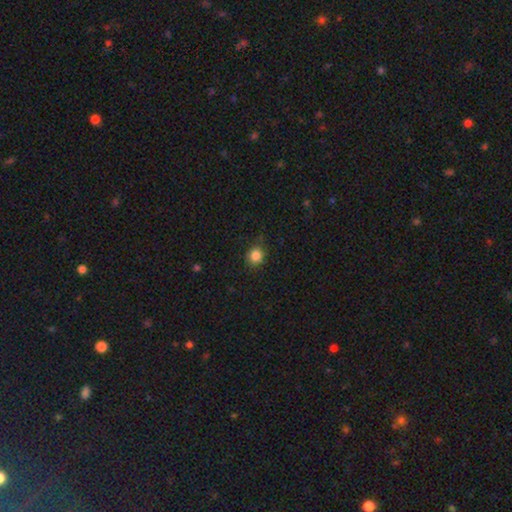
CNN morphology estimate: Q: Smooth or featured?
A: smooth (85%); runner-up: star or artifact (11%)
Q: How rounded?
A: round (85%); runner-up: in between (14%)
Q: Merging?
A: none (84%); runner-up: minor disturbance (12%)